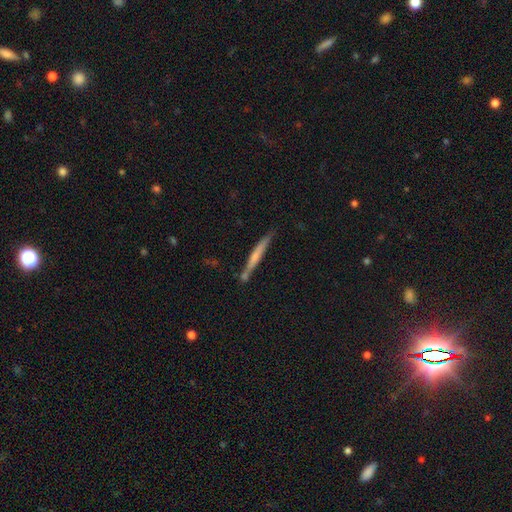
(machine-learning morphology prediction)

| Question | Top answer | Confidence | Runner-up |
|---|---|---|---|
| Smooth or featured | smooth | 51% | featured or disk (43%) |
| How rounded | cigar-shaped | 96% | in between (3%) |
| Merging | none | 72% | minor disturbance (16%) |